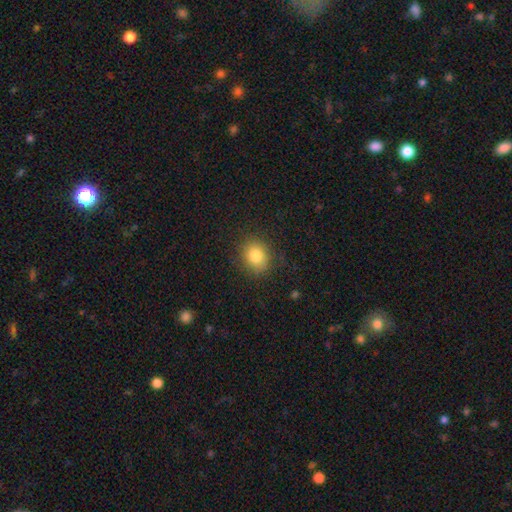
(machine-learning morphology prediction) A smooth galaxy with no disk features (83%) that is round (64%).

Vote fractions:
- Smooth or featured? smooth: 83% / star or artifact: 10% / featured or disk: 7%
- How rounded? round: 64% / in between: 35% / cigar-shaped: 1%
- Merging? none: 84% / minor disturbance: 11% / major disturbance: 4% / merger: 1%